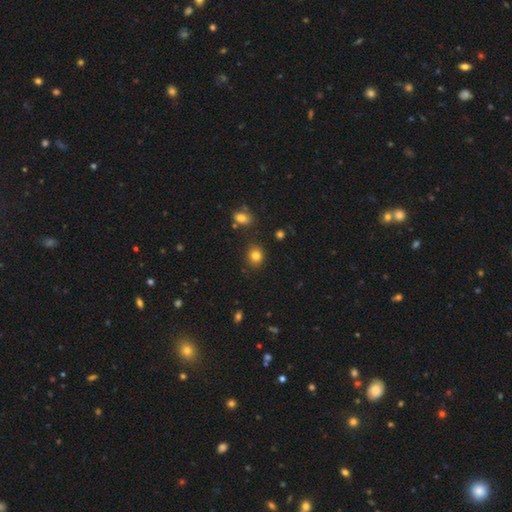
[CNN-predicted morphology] Smooth or featured?
  - smooth: 82% *
  - star or artifact: 12%
  - featured or disk: 6%
How rounded?
  - round: 75% *
  - in between: 24%
  - cigar-shaped: 1%
Merging?
  - none: 86% *
  - minor disturbance: 9%
  - merger: 3%
  - major disturbance: 2%